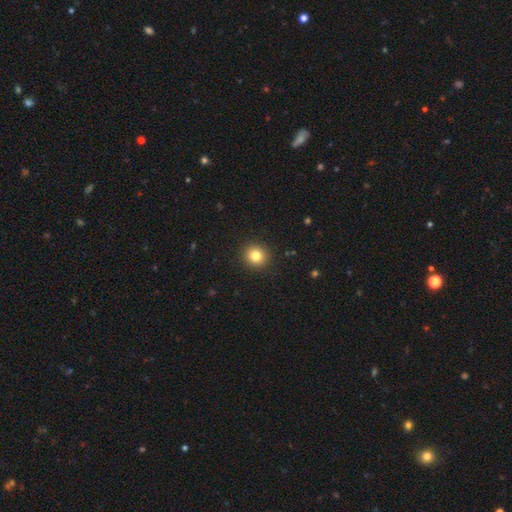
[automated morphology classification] This is clearly a smooth galaxy (82%). How rounded: clearly round (92%). Merging: clearly none (92%).